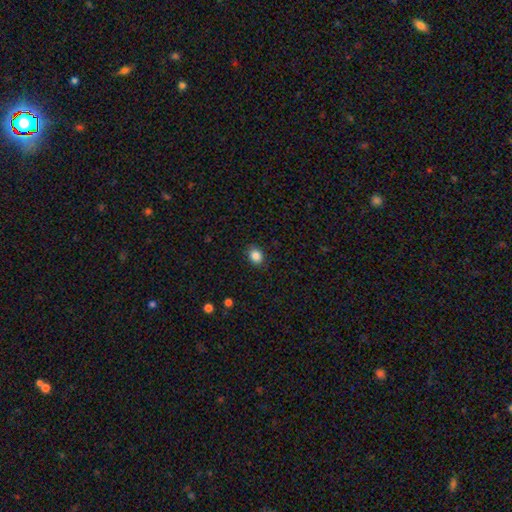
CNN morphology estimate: The model was most divided on "how rounded": round: 51%, in between: 48%, cigar-shaped: 1%. More confident: merging — none (88%); smooth or featured — smooth (86%).